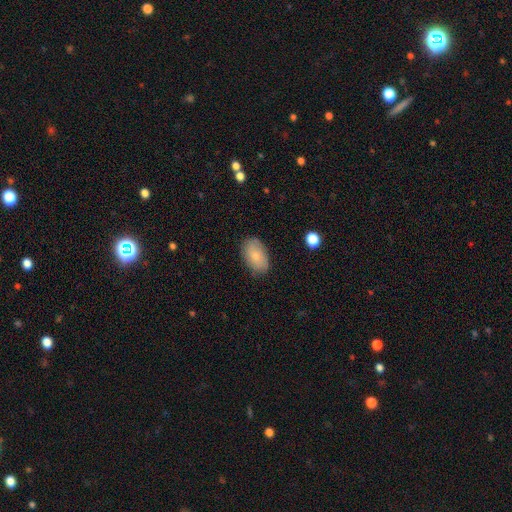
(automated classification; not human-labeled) smooth 79%, featured or disk 14%, star or artifact 7%. Down the decision tree: how rounded — in between (91%); merging — none (82%).